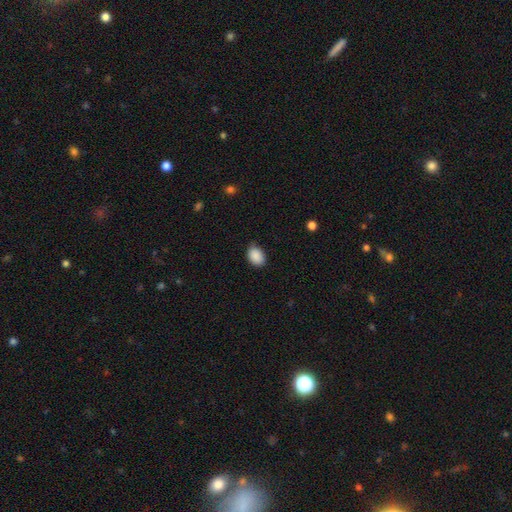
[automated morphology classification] The model was most divided on "how rounded": in between: 74%, round: 25%, cigar-shaped: 1%. More confident: smooth or featured — smooth (90%); merging — none (78%).